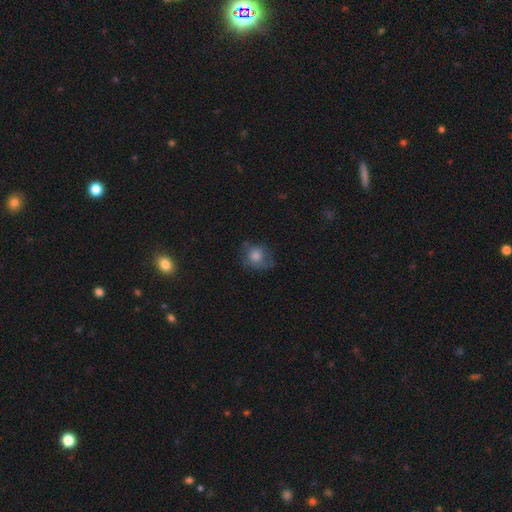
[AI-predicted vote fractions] This is likely a smooth galaxy (64%). How rounded: likely round (72%). Merging: possibly none (57%).